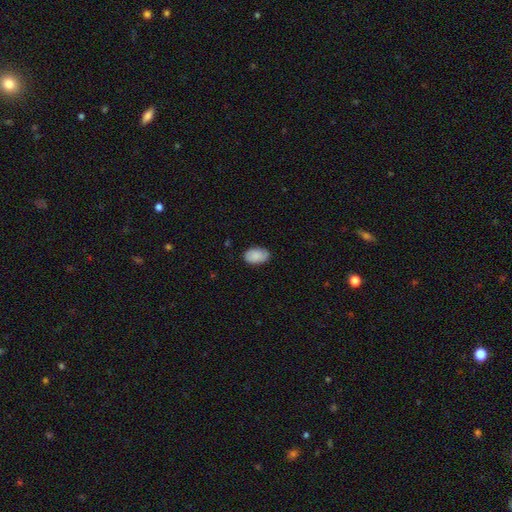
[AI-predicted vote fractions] This is clearly a smooth galaxy (84%). How rounded: clearly in between (90%). Merging: likely none (79%).